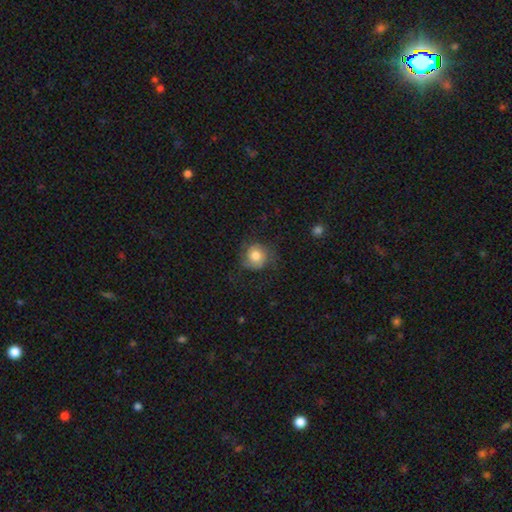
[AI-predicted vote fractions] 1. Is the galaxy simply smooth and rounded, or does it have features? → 58% smooth, 34% featured or disk, 8% star or artifact.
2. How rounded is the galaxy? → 87% round, 12% in between, 1% cigar-shaped.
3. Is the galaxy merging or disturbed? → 64% none, 20% minor disturbance, 15% major disturbance, 1% merger.